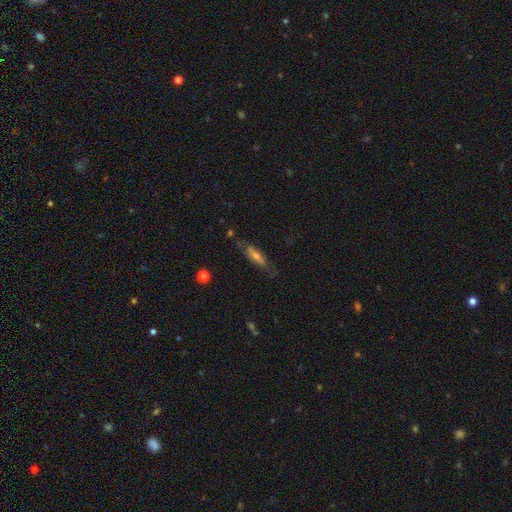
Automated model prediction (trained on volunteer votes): smooth-or-featured: featured or disk: 48% | smooth: 42% | star or artifact: 10%
  merging: none: 72% | minor disturbance: 19% | major disturbance: 7% | merger: 2%